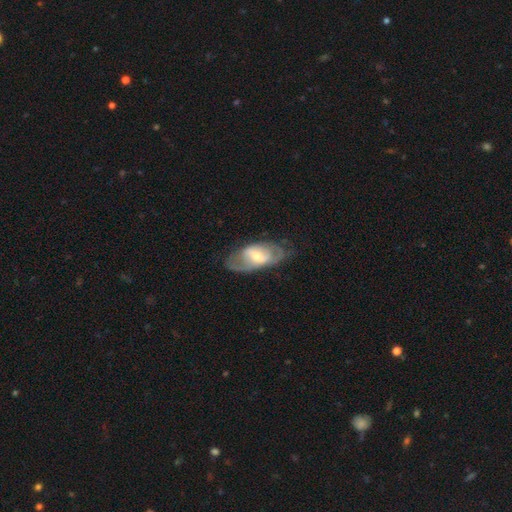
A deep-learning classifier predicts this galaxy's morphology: This is likely a featured or disk galaxy (66%). It is clearly not viewed edge-on (89%). Bar: possibly weak (46%). Spiral arm pattern: likely yes (65%). Central bulge: possibly moderate (52%). Merging: likely none (65%).